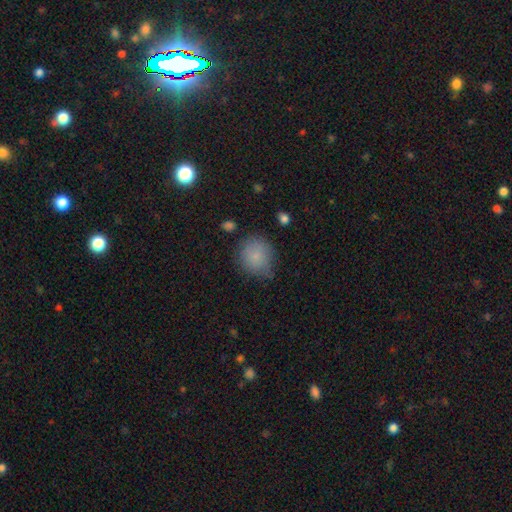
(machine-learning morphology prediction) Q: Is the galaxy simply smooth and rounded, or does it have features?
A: smooth — 82%.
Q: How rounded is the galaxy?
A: round — 81%.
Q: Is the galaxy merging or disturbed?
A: none — 66%.